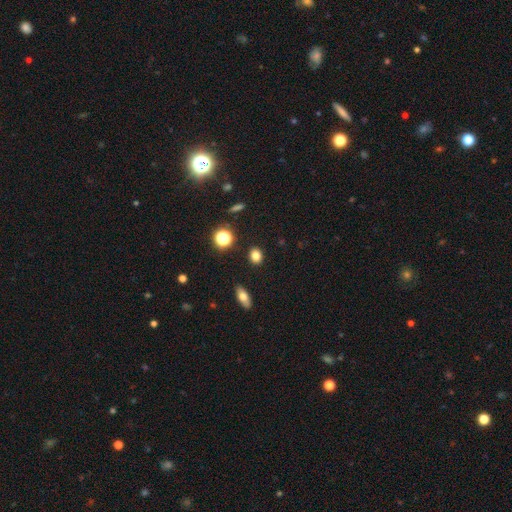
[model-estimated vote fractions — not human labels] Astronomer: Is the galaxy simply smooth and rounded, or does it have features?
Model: smooth — 80%.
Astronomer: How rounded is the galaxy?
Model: round — 64%.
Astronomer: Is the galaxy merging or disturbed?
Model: none — 89%.